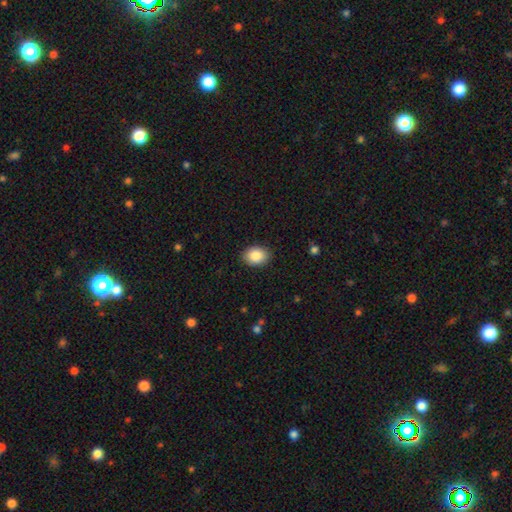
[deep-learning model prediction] Morphology: type=smooth (87%); roundness=in between (65%); merging=none (88%).